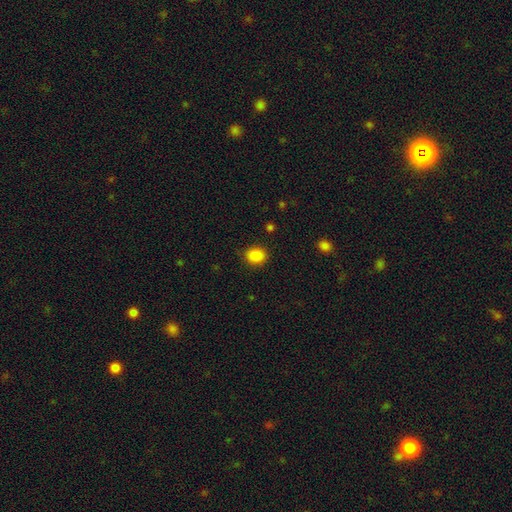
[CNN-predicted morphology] A smooth galaxy with no disk features (87%) that is round (65%). Merging: none (88%).